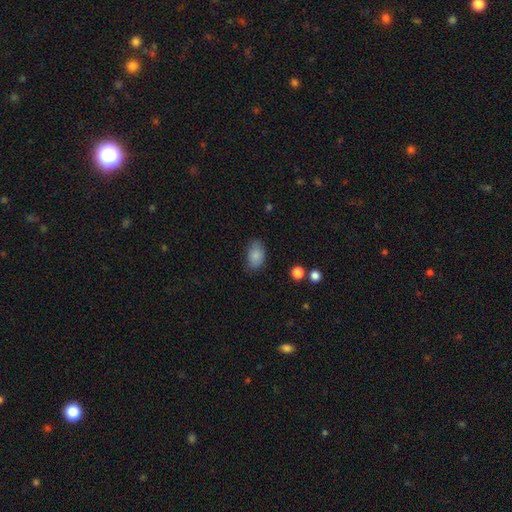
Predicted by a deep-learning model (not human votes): A smooth galaxy with no disk features (85%) that is in between round and cigar-shaped (88%).

Vote fractions:
- Smooth or featured? smooth: 85% / star or artifact: 8% / featured or disk: 7%
- How rounded? in between: 88% / round: 11% / cigar-shaped: 1%
- Merging? none: 74% / minor disturbance: 20% / major disturbance: 5% / merger: 1%